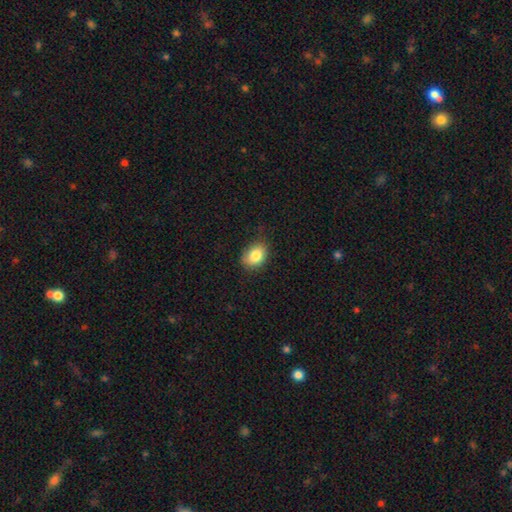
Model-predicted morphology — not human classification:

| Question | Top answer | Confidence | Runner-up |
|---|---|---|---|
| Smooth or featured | smooth | 84% | star or artifact (9%) |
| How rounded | in between | 71% | round (27%) |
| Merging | none | 77% | minor disturbance (18%) |